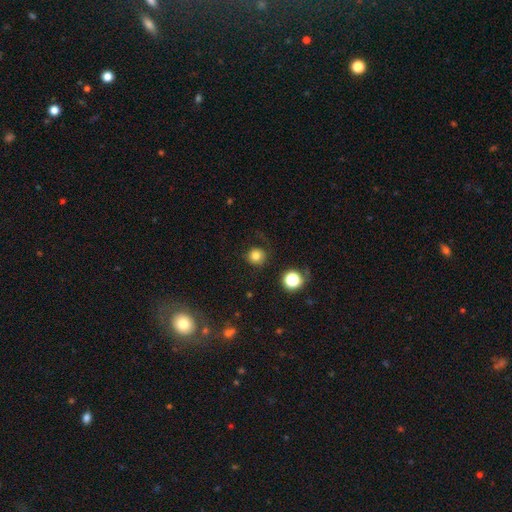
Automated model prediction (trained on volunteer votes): smooth_or_featured: smooth (p=0.80) [alt: star or artifact p=0.14]
how_rounded: round (p=0.93) [alt: in between p=0.07]
merging: none (p=0.80) [alt: minor disturbance p=0.12]